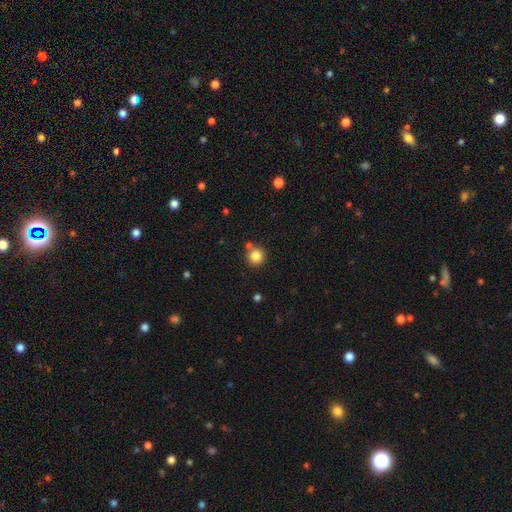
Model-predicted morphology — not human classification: smooth 84%, star or artifact 11%, featured or disk 5%. Down the decision tree: how rounded — round (93%); merging — none (78%).